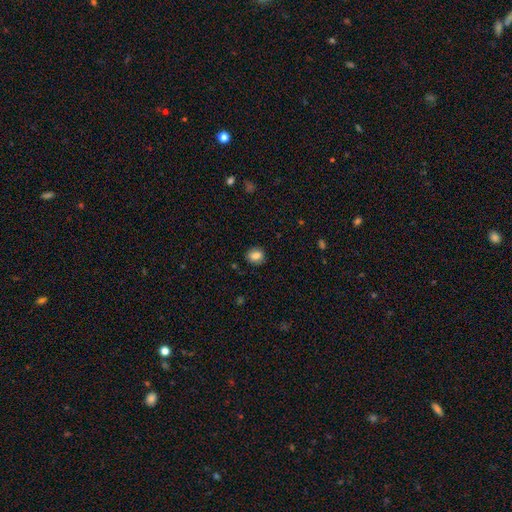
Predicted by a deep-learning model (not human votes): This is clearly a smooth galaxy (82%). How rounded: possibly round (59%). Merging: clearly none (86%).